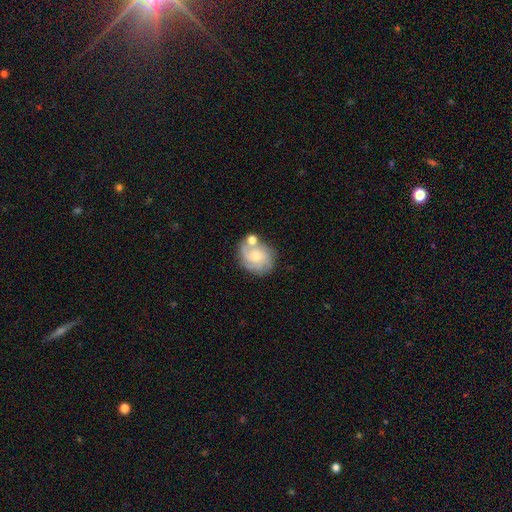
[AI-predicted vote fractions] This is likely a featured or disk galaxy (67%). It is clearly not viewed edge-on (97%). Bar: likely no (76%). Spiral arm pattern: clearly yes (91%). Spiral arm count: marginally 3 (34%). Spiral winding: possibly tight (50%). Central bulge: possibly small (52%). Merging: possibly none (60%).